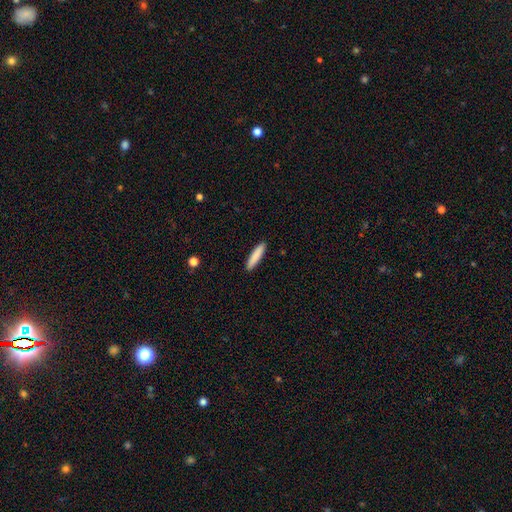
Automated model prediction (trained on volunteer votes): The model was most divided on "how rounded": cigar-shaped: 87%, in between: 12%, round: 1%. More confident: merging — none (91%); smooth or featured — smooth (86%).